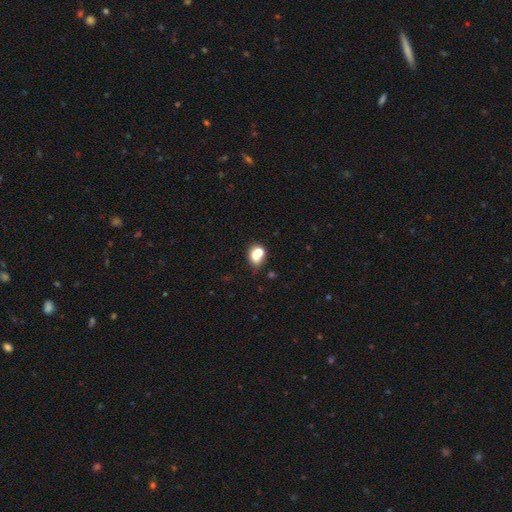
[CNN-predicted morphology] This is likely a smooth galaxy (70%). How rounded: possibly round (52%). Merging: marginally merger (43%).